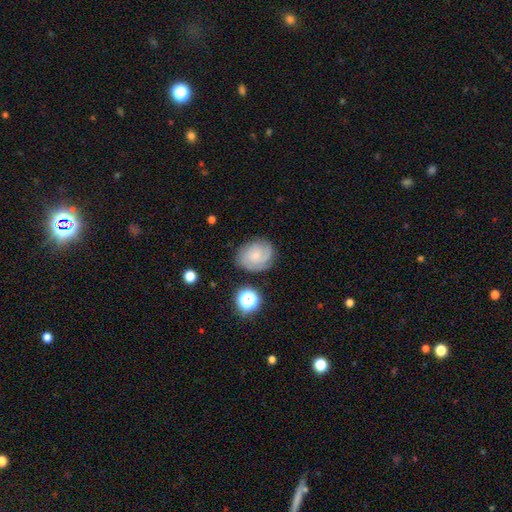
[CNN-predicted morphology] Smooth or featured? Predicted: featured or disk (p=0.63). Edge-on disk? Predicted: no (p=0.98). Bar? Predicted: no (p=0.73). Spiral arms? Predicted: yes (p=0.93). Spiral winding? Predicted: tight (p=0.58). Spiral arm count? Predicted: can't tell (p=0.30). Bulge size? Predicted: small (p=0.62). Merging? Predicted: none (p=0.73).